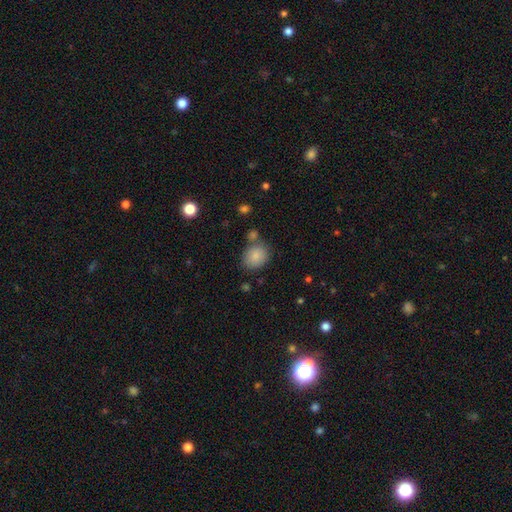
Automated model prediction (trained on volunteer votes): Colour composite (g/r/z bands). It shows a smooth galaxy with no disk features (85%) that is round (54%). Merging: none (68%).